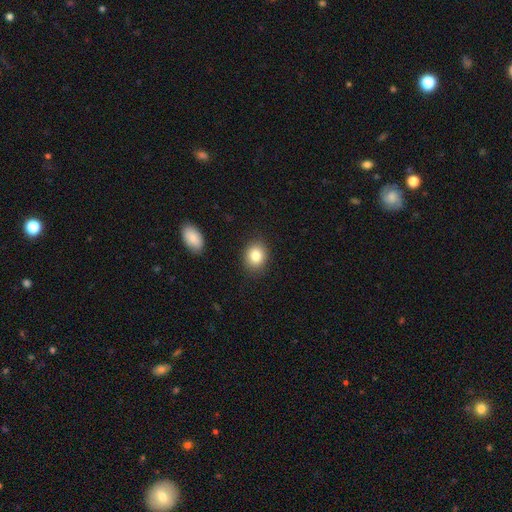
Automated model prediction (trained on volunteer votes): Smooth or featured? smooth (83%)
How rounded? round (55%)
Merging? none (87%)